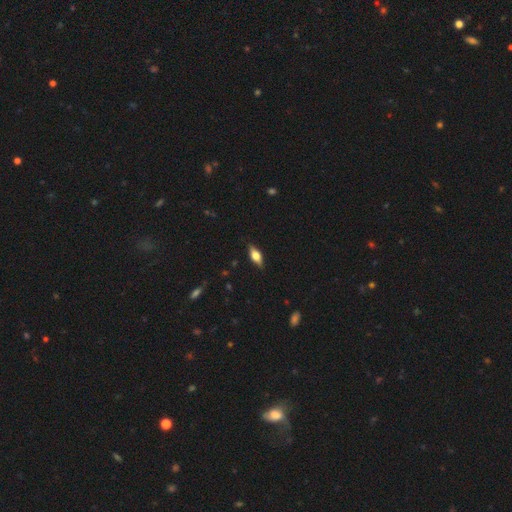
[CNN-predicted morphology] A smooth galaxy with no disk features (54%) that is in between round and cigar-shaped (75%).

Vote fractions:
- Smooth or featured? smooth: 54% / featured or disk: 39% / star or artifact: 7%
- How rounded? in between: 75% / cigar-shaped: 21% / round: 4%
- Merging? none: 85% / minor disturbance: 12% / major disturbance: 2% / merger: 1%